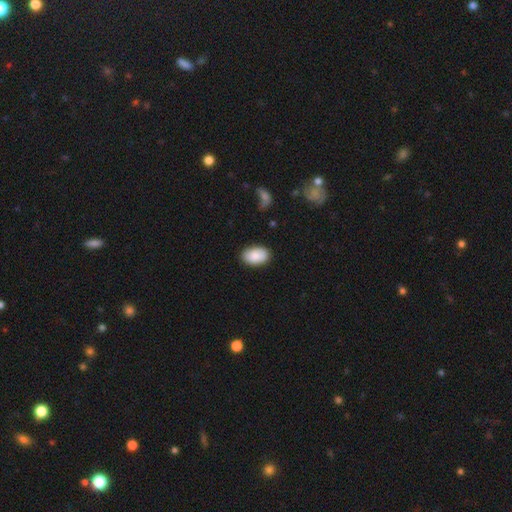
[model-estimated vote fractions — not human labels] This appears to be a smooth galaxy with no disk features (87%) that is in between round and cigar-shaped (91%). Merging: none (85%).